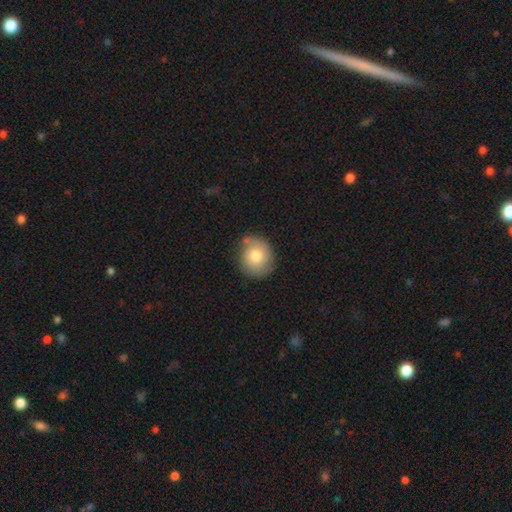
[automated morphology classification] Q: Smooth or featured?
A: smooth (76%); runner-up: featured or disk (17%)
Q: How rounded?
A: round (76%); runner-up: in between (23%)
Q: Merging?
A: none (71%); runner-up: minor disturbance (19%)